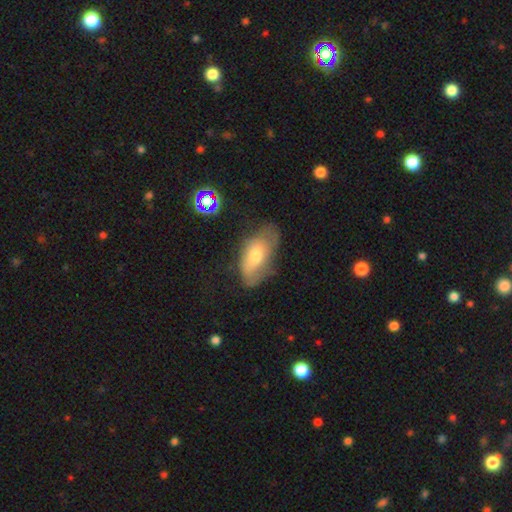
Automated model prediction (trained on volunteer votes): This appears to be a smooth galaxy with no disk features (57%) that is in between round and cigar-shaped (90%). Merging: none (48%).